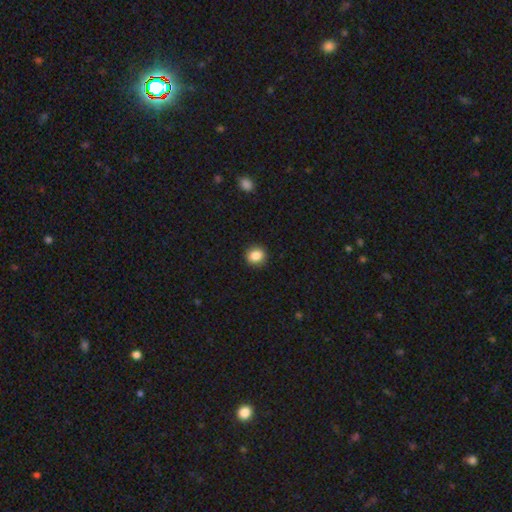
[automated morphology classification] This is clearly a smooth galaxy (86%). How rounded: likely round (76%). Merging: clearly none (91%).